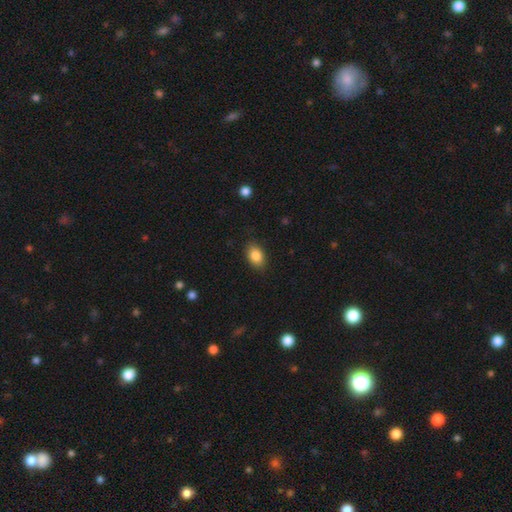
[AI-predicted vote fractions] Q: Smooth or featured?
A: smooth (86%); runner-up: star or artifact (8%)
Q: How rounded?
A: in between (83%); runner-up: round (16%)
Q: Merging?
A: none (85%); runner-up: minor disturbance (11%)